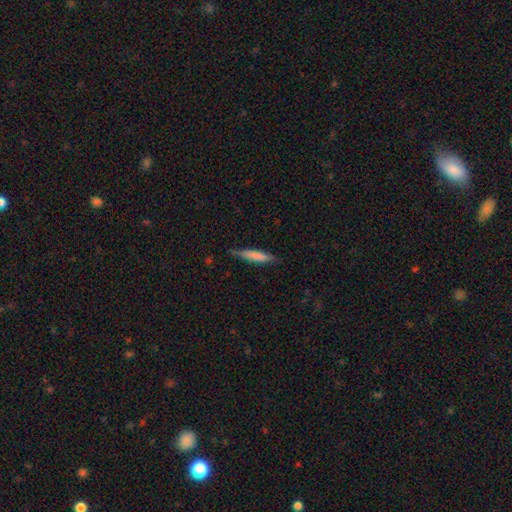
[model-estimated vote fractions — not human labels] This is likely a smooth galaxy (70%). How rounded: clearly cigar-shaped (88%). Merging: likely none (79%).